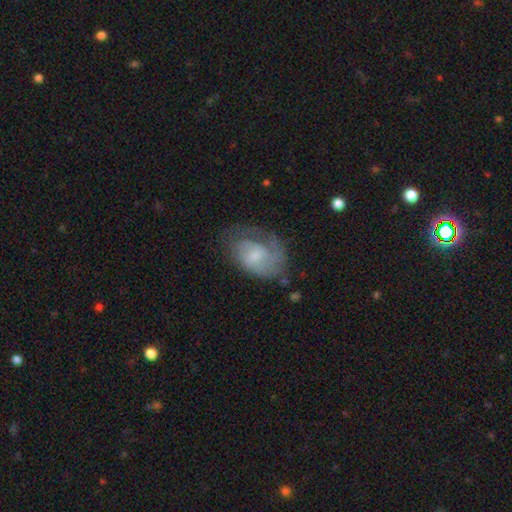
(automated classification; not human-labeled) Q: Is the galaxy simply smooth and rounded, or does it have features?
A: featured or disk — 60%.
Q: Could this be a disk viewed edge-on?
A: no — 97%.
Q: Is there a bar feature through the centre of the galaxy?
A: no — 52%.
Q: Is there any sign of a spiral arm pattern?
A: yes — 79%.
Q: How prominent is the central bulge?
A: small — 49%.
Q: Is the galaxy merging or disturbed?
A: none — 50%.